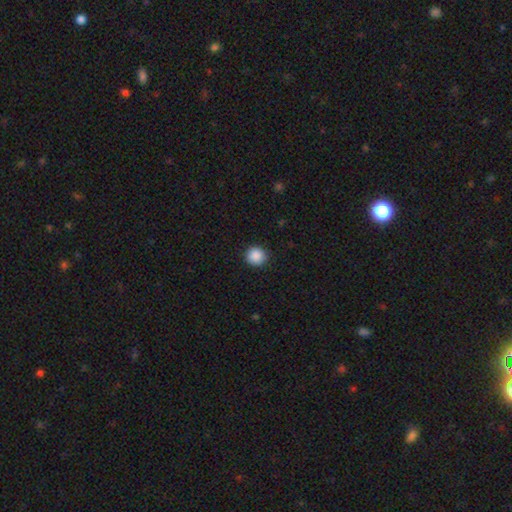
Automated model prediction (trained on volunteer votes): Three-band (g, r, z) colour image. It shows a smooth galaxy with no disk features (89%) that is round (94%). Merging: none (92%).